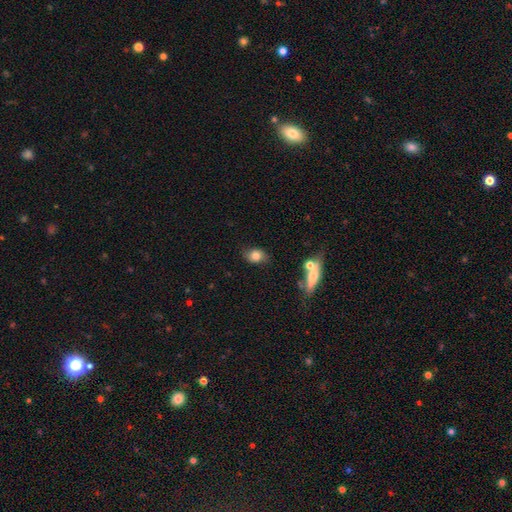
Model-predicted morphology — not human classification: smooth_or_featured: smooth (p=0.78) [alt: featured or disk p=0.12]
how_rounded: in between (p=0.67) [alt: round p=0.31]
merging: none (p=0.73) [alt: minor disturbance p=0.18]